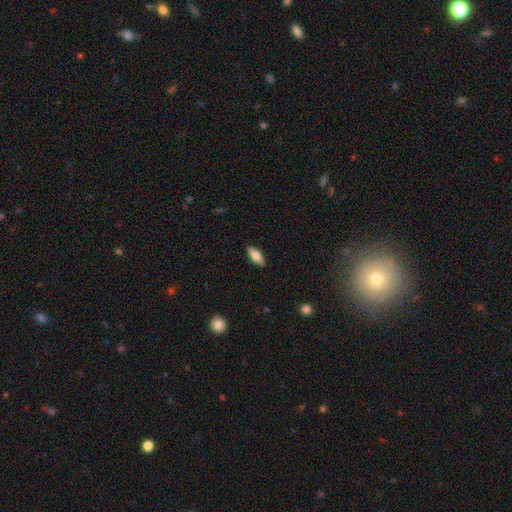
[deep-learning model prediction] This is likely a smooth galaxy (74%). How rounded: likely in between (72%). Merging: clearly none (89%).